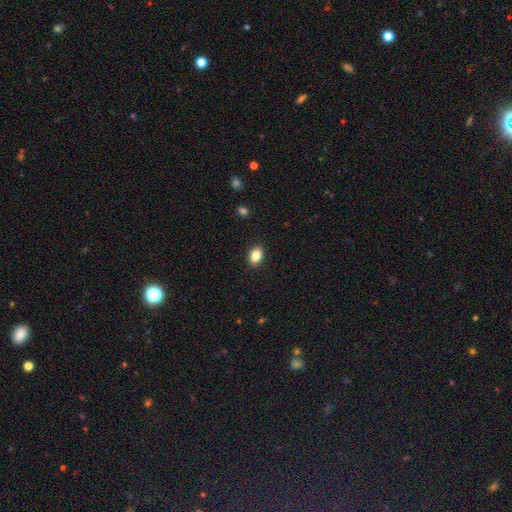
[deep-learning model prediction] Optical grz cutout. It shows a smooth galaxy with no disk features (84%) that is in between round and cigar-shaped (80%). Merging: none (90%).